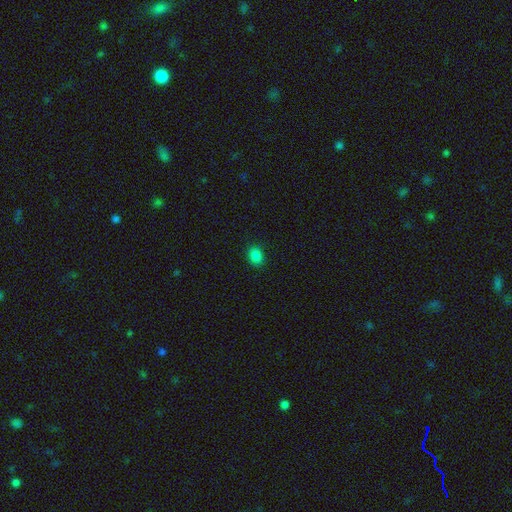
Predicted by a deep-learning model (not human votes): A smooth galaxy with no disk features (84%) that is in between round and cigar-shaped (55%).

Vote fractions:
- Smooth or featured? smooth: 84% / star or artifact: 13% / featured or disk: 3%
- How rounded? in between: 55% / round: 44% / cigar-shaped: 1%
- Merging? none: 89% / minor disturbance: 8% / major disturbance: 2% / merger: 1%